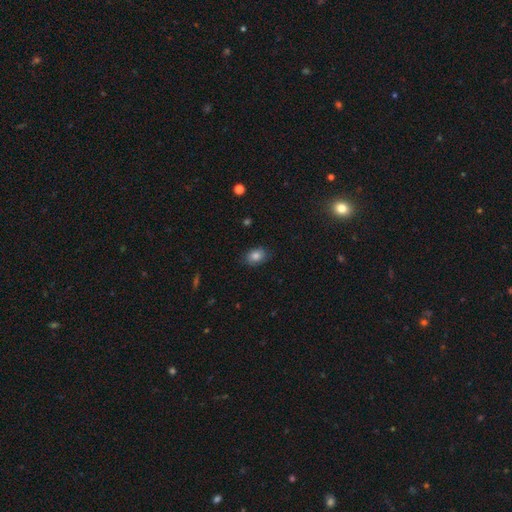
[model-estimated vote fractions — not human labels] Overall: smooth (82%). How rounded: in between (71%). Merging: none (82%).